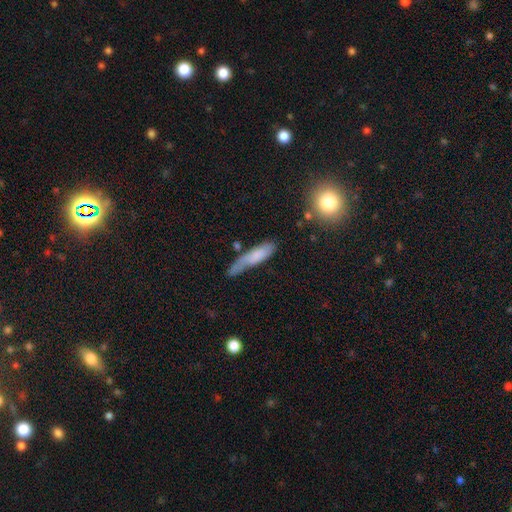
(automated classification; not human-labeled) smooth-or-featured: smooth: 70% | featured or disk: 23% | star or artifact: 7%
  how-rounded: cigar-shaped: 76% | in between: 22% | round: 2%
  merging: none: 39% | minor disturbance: 33% | major disturbance: 19% | merger: 9%